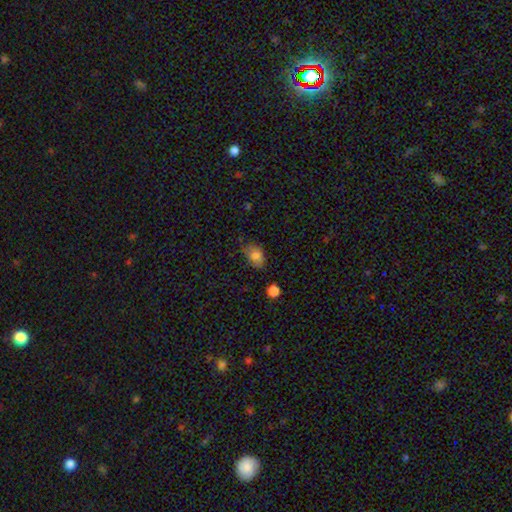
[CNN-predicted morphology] type=smooth (80%); roundness=in between (80%); merging=none (63%).